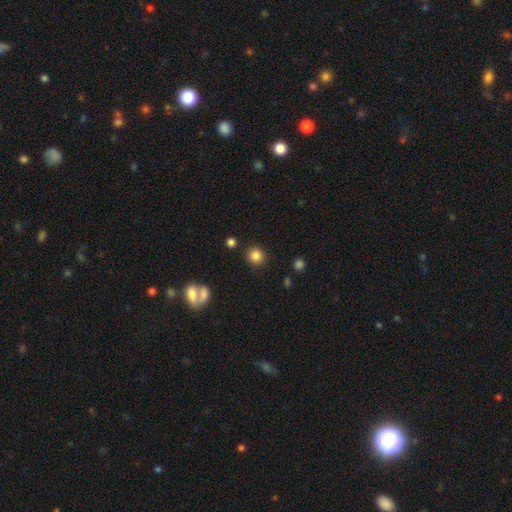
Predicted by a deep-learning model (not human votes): Smooth or featured: smooth — 83% (star or artifact — 11%)
How rounded: round — 81% (in between — 18%)
Merging: none — 86% (minor disturbance — 8%)